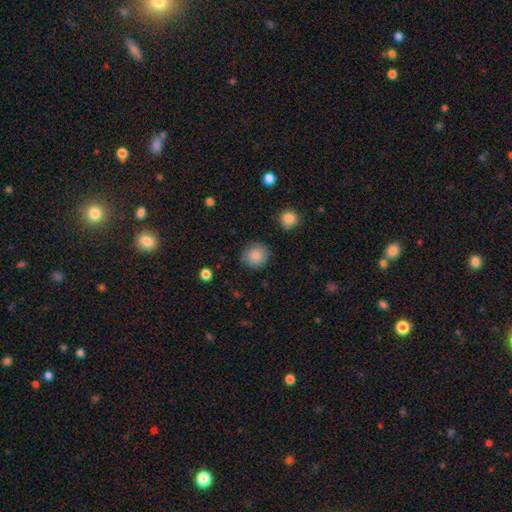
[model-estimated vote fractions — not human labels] Q: Smooth or featured?
A: smooth (85%); runner-up: star or artifact (9%)
Q: How rounded?
A: round (84%); runner-up: in between (15%)
Q: Merging?
A: none (83%); runner-up: minor disturbance (12%)